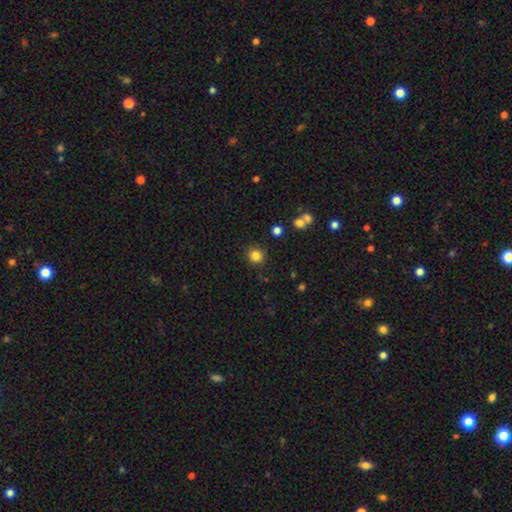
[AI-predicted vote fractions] Morphology: type=smooth (83%); roundness=round (92%); merging=none (89%).